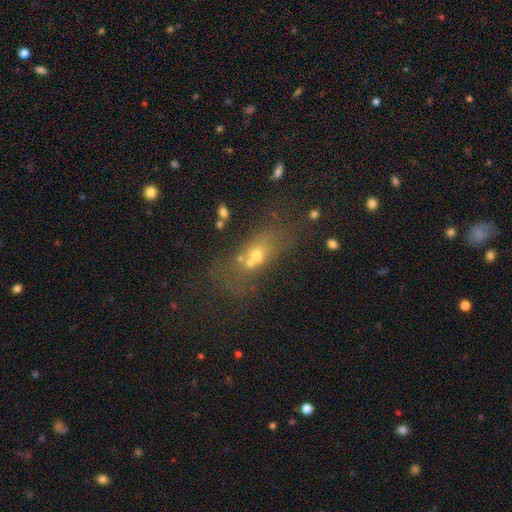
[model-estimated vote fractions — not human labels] The model was most divided on "merging": none: 38%, merger: 37%, minor disturbance: 13%, major disturbance: 12%. More confident: how rounded — in between (58%); smooth or featured — smooth (51%).